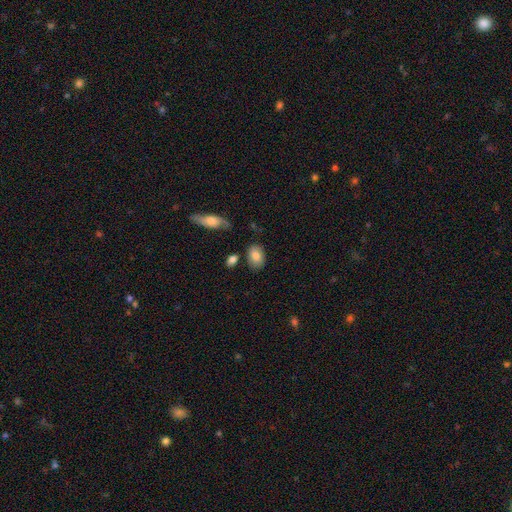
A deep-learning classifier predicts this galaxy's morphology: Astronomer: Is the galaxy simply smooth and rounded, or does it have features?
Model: smooth — 82%.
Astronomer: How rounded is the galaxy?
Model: in between — 87%.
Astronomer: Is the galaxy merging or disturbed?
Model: none — 78%.